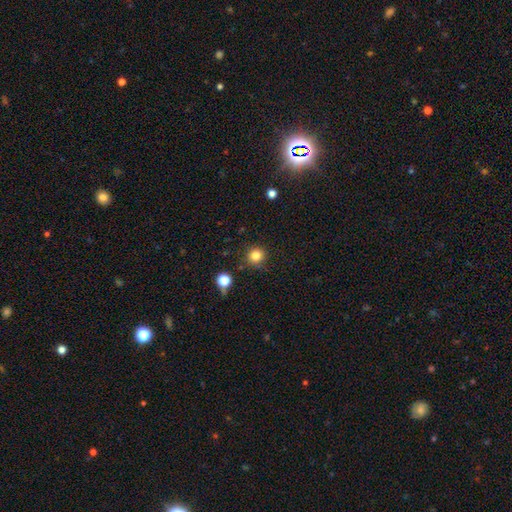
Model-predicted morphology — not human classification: smooth-or-featured: smooth: 82% | star or artifact: 12% | featured or disk: 5%
  how-rounded: round: 93% | in between: 6% | cigar-shaped: 1%
  merging: none: 84% | minor disturbance: 9% | merger: 3% | major disturbance: 3%